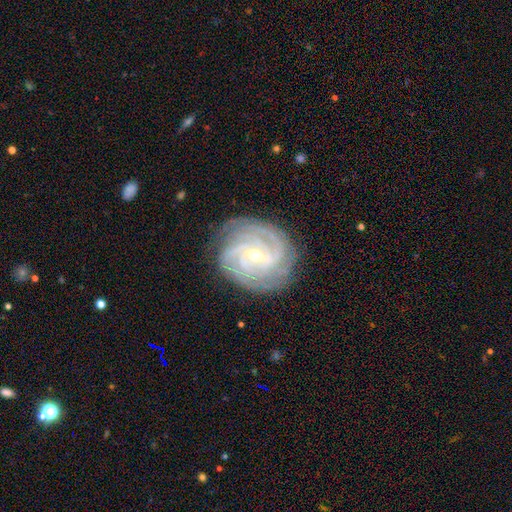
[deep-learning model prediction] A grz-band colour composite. It shows a featured or disk galaxy (90%) with a weak bar (50%), 4 (31%) tight (79%) spiral arms (98%) and a small central bulge (52%). Merging: none (82%).